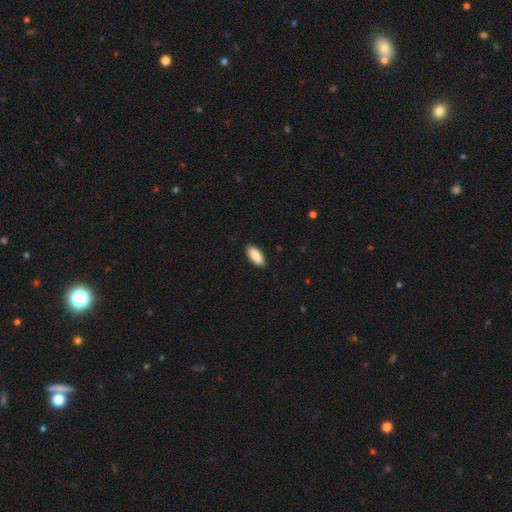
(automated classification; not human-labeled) smooth 89%, star or artifact 6%, featured or disk 6%. Down the decision tree: how rounded — in between (88%); merging — none (88%).